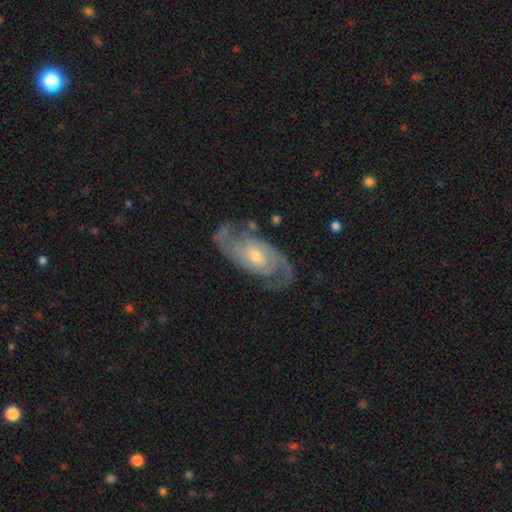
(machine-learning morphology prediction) smooth-or-featured: featured or disk: 89% | smooth: 6% | star or artifact: 5%
  disk-edge-on: no: 96% | yes: 4%
    bar: no: 53% | weak: 38% | strong: 9%
    has-spiral-arms: yes: 97% | no: 3%
      spiral-winding: medium: 46% | tight: 41% | loose: 13%
      spiral-arm-count: 2: 87% | can't tell: 5% | 3: 3% | 1: 2% | 4: 1% | more than 4: 1%
    bulge-size: small: 50% | moderate: 44% | large: 3% | none: 2% | dominant: 1%
  merging: none: 75% | minor disturbance: 16% | major disturbance: 7% | merger: 2%